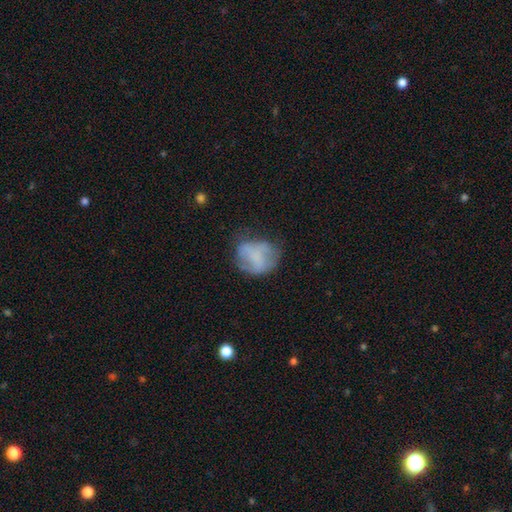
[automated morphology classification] This is possibly a smooth galaxy (56%). How rounded: possibly round (59%). Merging: possibly none (48%).